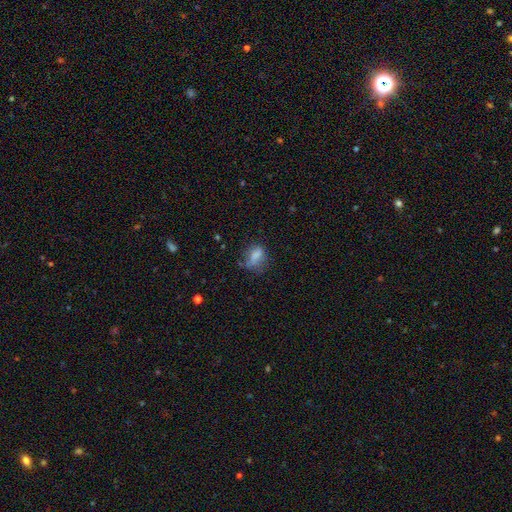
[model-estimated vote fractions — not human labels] The model was most divided on "merging": none: 46%, minor disturbance: 29%, major disturbance: 19%, merger: 5%. More confident: how rounded — in between (74%); smooth or featured — smooth (72%).